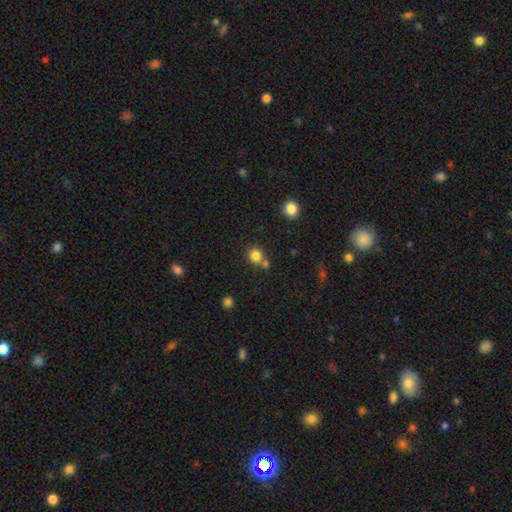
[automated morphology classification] This is clearly a smooth galaxy (82%). How rounded: clearly round (82%). Merging: likely none (61%).